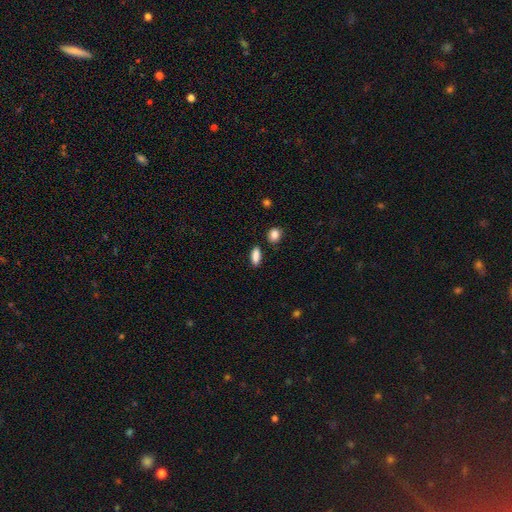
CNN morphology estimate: Smooth or featured?
  - smooth: 87% *
  - star or artifact: 8%
  - featured or disk: 5%
How rounded?
  - in between: 67% *
  - cigar-shaped: 29%
  - round: 4%
Merging?
  - none: 83% *
  - minor disturbance: 10%
  - merger: 4%
  - major disturbance: 3%